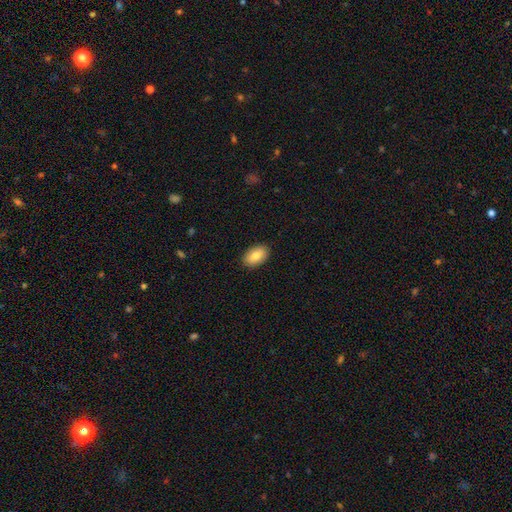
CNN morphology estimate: A smooth galaxy with no disk features (83%) that is in between round and cigar-shaped (92%). Merging: none (90%).